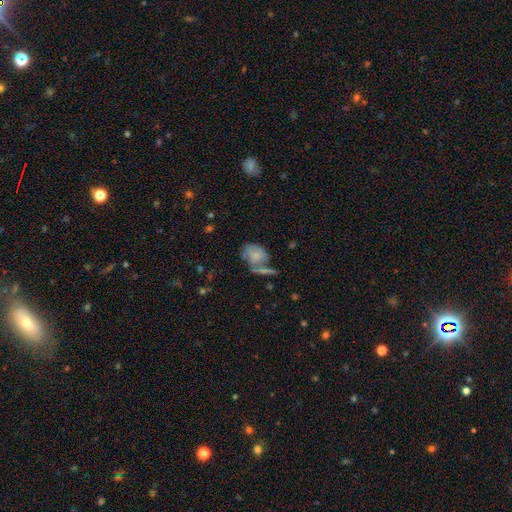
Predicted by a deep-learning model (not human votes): Smooth or featured? smooth (70%)
How rounded? in between (70%)
Merging? none (42%)